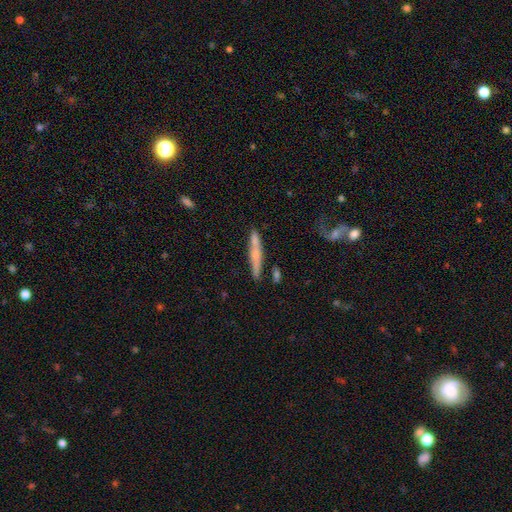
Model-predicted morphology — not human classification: This appears to be a smooth galaxy with no disk features (56%) that is cigar-shaped (94%). Merging: none (77%).